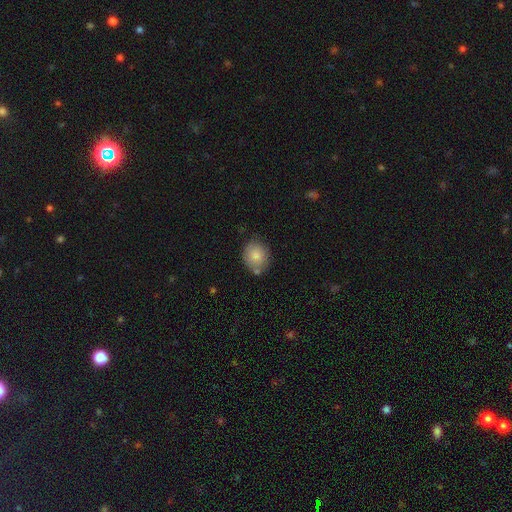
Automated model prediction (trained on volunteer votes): Q: Smooth or featured?
A: smooth (82%); runner-up: featured or disk (10%)
Q: How rounded?
A: round (74%); runner-up: in between (25%)
Q: Merging?
A: none (73%); runner-up: minor disturbance (16%)